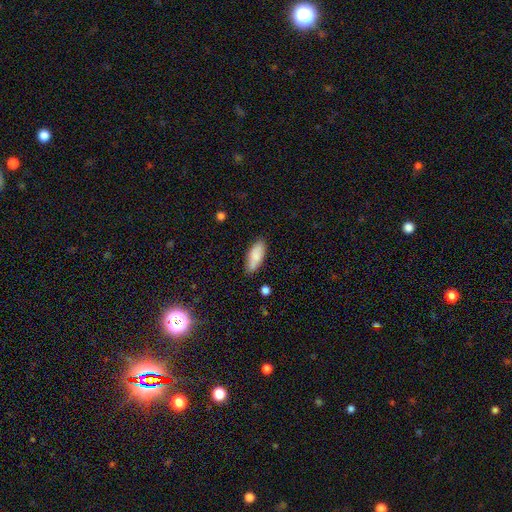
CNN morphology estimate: Overall: smooth (82%). How rounded: in between (75%). Merging: none (79%).